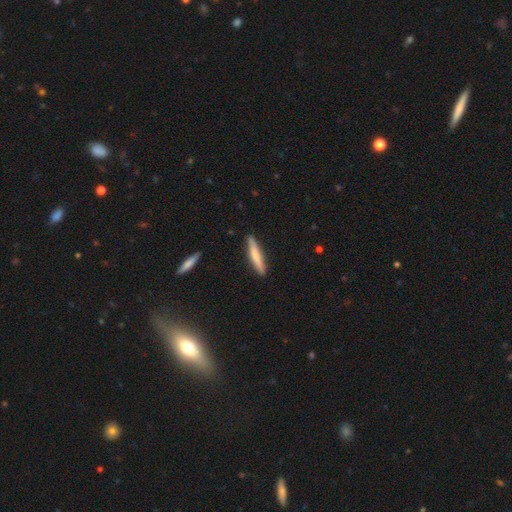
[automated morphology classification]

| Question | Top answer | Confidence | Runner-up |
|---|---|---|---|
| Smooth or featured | smooth | 69% | featured or disk (26%) |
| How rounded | cigar-shaped | 91% | in between (8%) |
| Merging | none | 89% | minor disturbance (8%) |